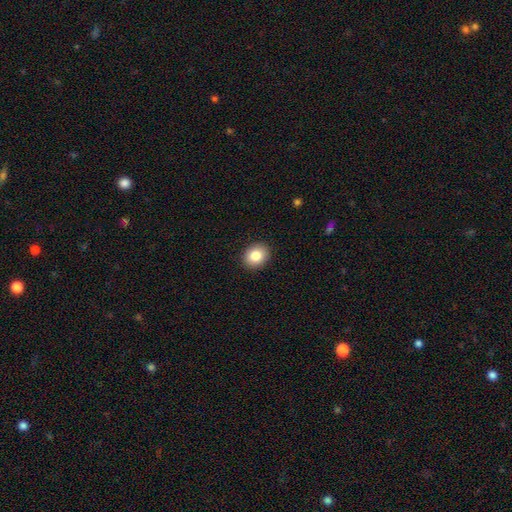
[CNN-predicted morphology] A smooth galaxy with no disk features (84%) that is round (56%). Merging: none (91%).